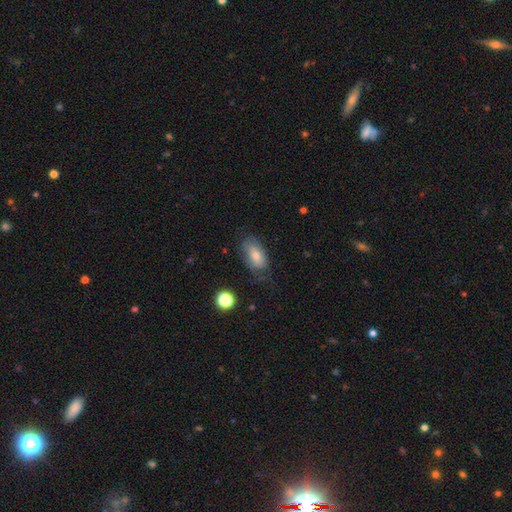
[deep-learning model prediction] smooth-or-featured: smooth: 63% | featured or disk: 26% | star or artifact: 10%
  how-rounded: in between: 89% | cigar-shaped: 6% | round: 5%
  merging: none: 59% | minor disturbance: 27% | major disturbance: 12% | merger: 2%